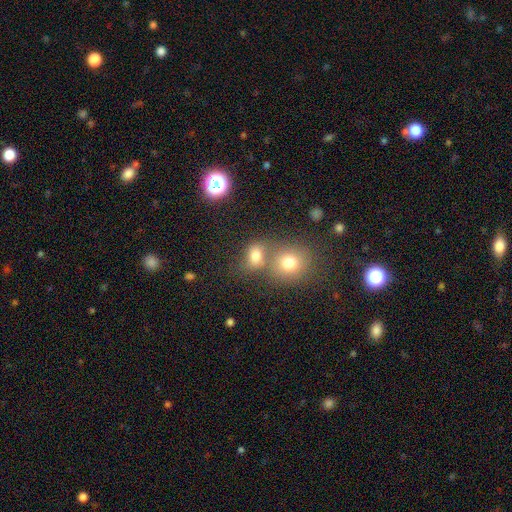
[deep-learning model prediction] smooth 74%, star or artifact 16%, featured or disk 10%. Down the decision tree: how rounded — round (55%); merging — none (43%).